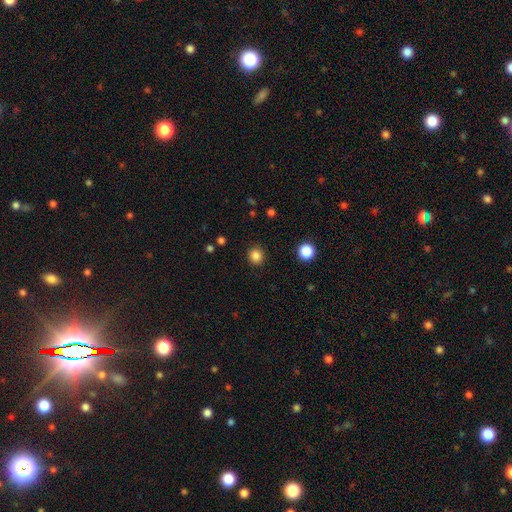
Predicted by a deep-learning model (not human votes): A smooth galaxy with no disk features (85%) that is round (89%). Merging: none (90%).